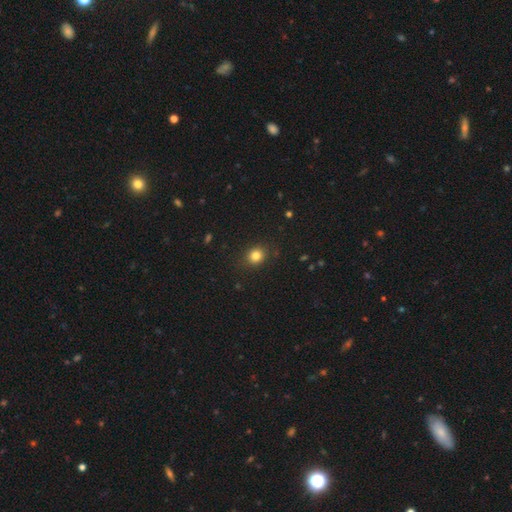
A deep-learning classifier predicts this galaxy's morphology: Smooth or featured? smooth (82%)
How rounded? round (73%)
Merging? none (87%)